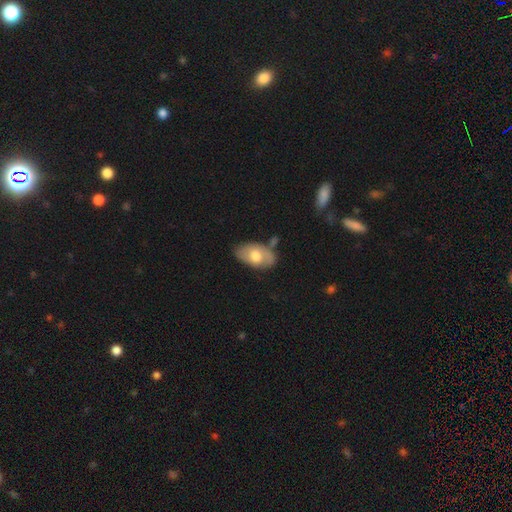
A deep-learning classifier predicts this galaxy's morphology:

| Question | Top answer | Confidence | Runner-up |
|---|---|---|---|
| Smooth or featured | smooth | 60% | featured or disk (34%) |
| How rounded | in between | 93% | round (6%) |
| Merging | none | 64% | minor disturbance (22%) |